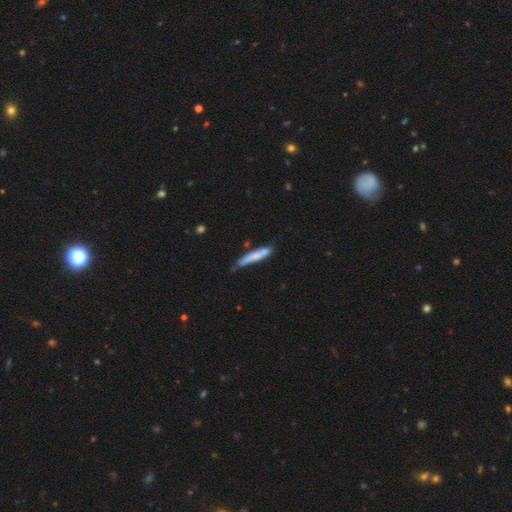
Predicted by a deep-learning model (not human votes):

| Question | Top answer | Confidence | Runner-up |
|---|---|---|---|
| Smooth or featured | smooth | 68% | featured or disk (26%) |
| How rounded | cigar-shaped | 92% | in between (6%) |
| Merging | none | 60% | minor disturbance (27%) |